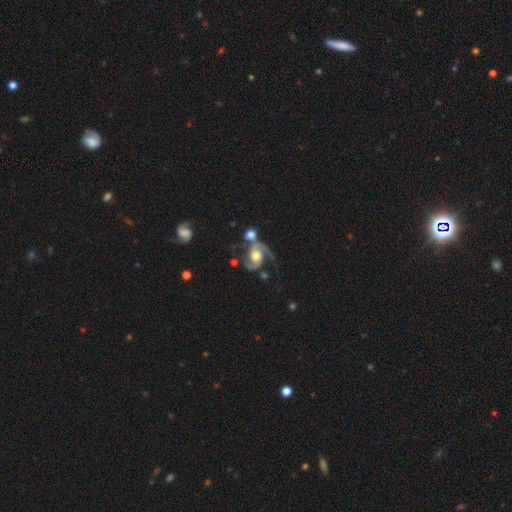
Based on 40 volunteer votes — featured or disk 92%, smooth 5%, star or artifact 2%. Down the decision tree: edge-on disk — no (100%); bar — no (73%); spiral arms — yes (100%); spiral arm count — 2 (100%); spiral winding — medium (70%); bulge size — moderate (57%); merging — minor disturbance (36%).